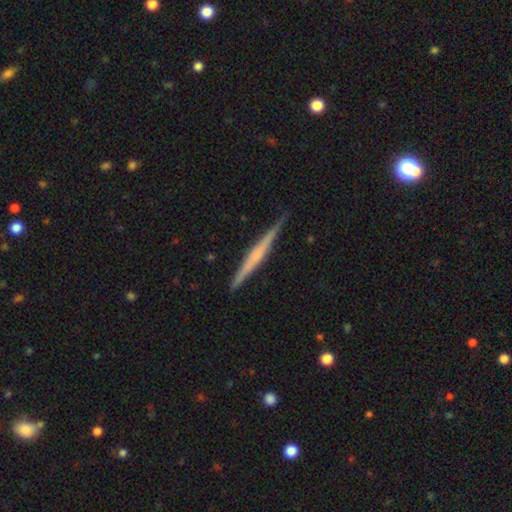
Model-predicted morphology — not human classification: Overall: featured or disk (64%; smooth 31%). Edge-on disk: yes (98%). Edge-on bulge: none (51%; rounded 31%). Merging: none (89%).